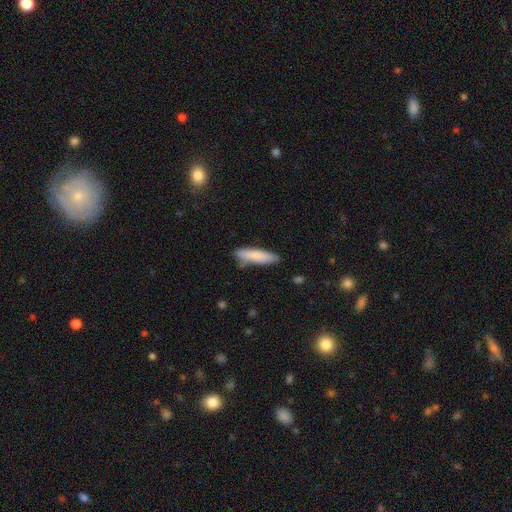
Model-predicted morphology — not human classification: A smooth galaxy with no disk features (83%) that is cigar-shaped (75%). Merging: none (78%).